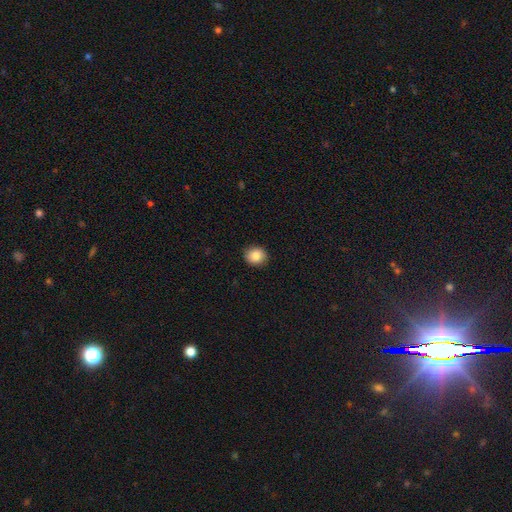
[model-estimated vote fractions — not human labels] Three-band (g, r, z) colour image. It shows a smooth galaxy with no disk features (85%) that is round (76%). Merging: none (90%).